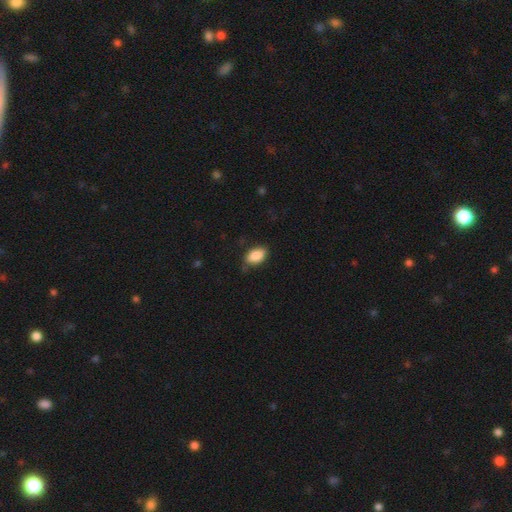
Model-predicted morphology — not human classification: A smooth galaxy with no disk features (88%) that is in between round and cigar-shaped (91%). Merging: none (73%).